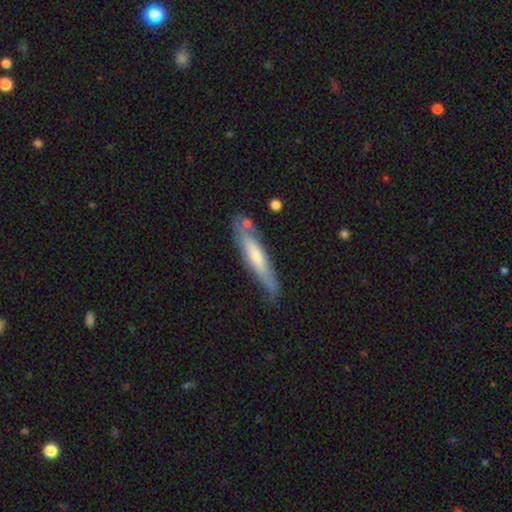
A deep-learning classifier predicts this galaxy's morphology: Smooth or featured? Predicted: smooth (p=0.49). Merging? Predicted: none (p=0.69).